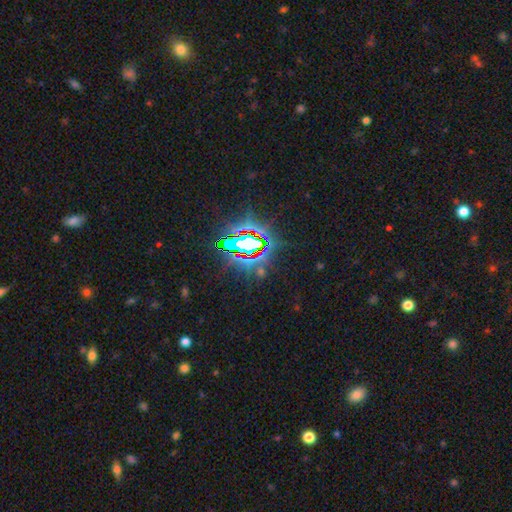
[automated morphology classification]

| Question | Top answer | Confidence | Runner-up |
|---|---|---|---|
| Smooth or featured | star or artifact | 85% | smooth (8%) |